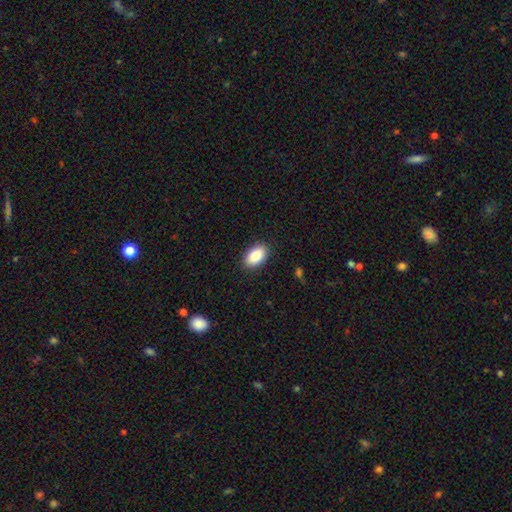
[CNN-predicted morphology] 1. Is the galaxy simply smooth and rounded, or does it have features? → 86% smooth, 7% featured or disk, 7% star or artifact.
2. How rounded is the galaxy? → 92% in between, 7% round, 2% cigar-shaped.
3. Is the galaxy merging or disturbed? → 89% none, 8% minor disturbance, 2% major disturbance, 1% merger.